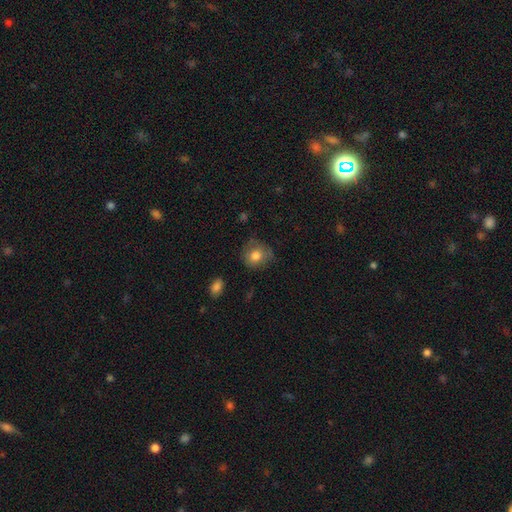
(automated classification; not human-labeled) smooth 78%, featured or disk 14%, star or artifact 9%. Down the decision tree: how rounded — round (79%); merging — none (65%).